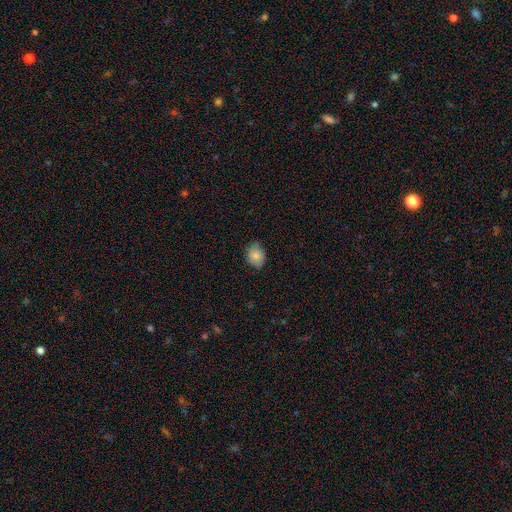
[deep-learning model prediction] This is clearly a smooth galaxy (81%). How rounded: possibly in between (54%). Merging: likely none (70%).